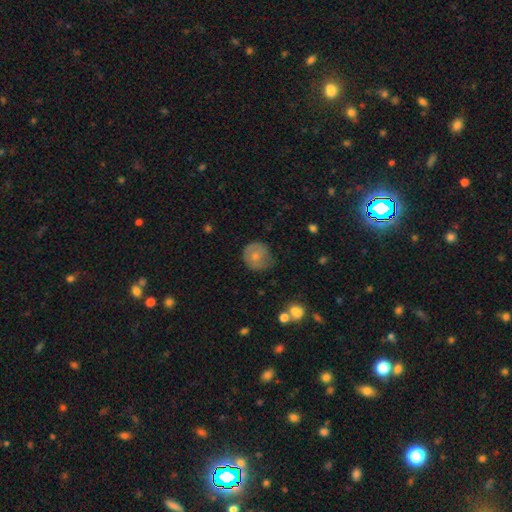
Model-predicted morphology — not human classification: smooth_or_featured: smooth (p=0.68) [alt: featured or disk p=0.24]
how_rounded: round (p=0.87) [alt: in between p=0.12]
merging: none (p=0.59) [alt: minor disturbance p=0.30]